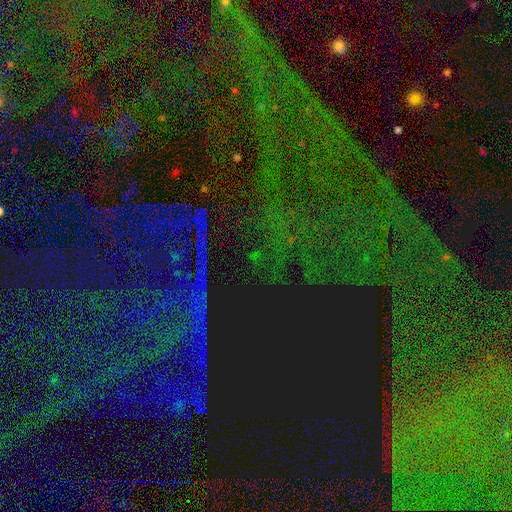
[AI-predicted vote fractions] Smooth or featured: star or artifact — 84% (smooth — 8%)